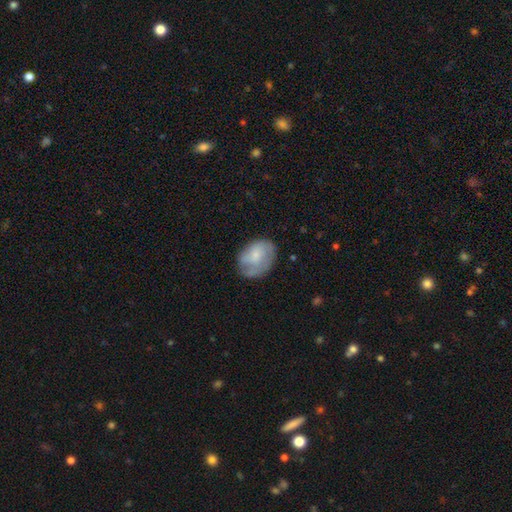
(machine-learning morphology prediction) type=smooth (57%); roundness=in between (68%); merging=none (60%).